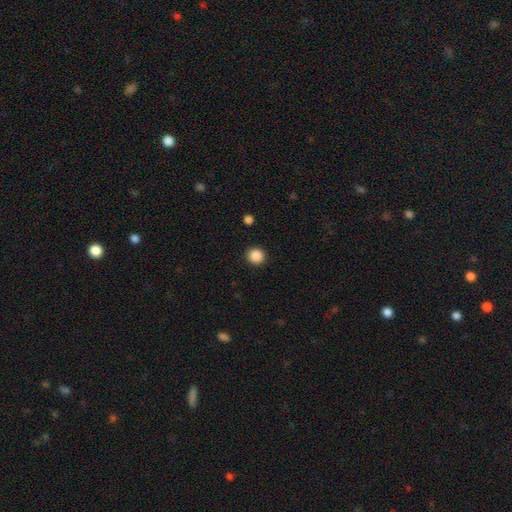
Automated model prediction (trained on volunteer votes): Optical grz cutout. It shows a smooth galaxy with no disk features (88%) that is round (94%). Merging: none (92%).